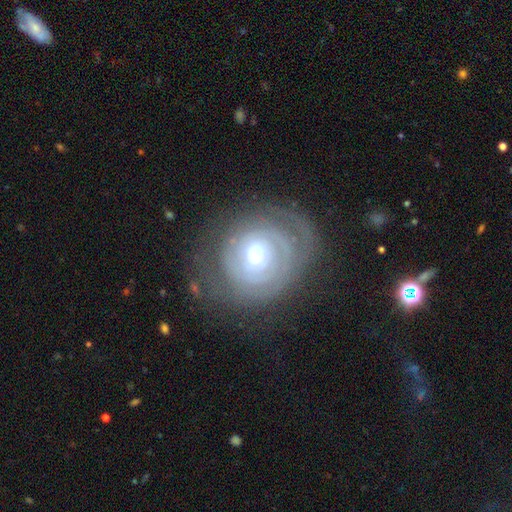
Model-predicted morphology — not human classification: This is likely a featured or disk galaxy (76%). It is clearly not viewed edge-on (96%). Bar: possibly no (55%). Spiral arm pattern: likely yes (79%). Spiral arm count: possibly can't tell (46%). Spiral winding: likely tight (77%). Central bulge: likely moderate (67%). Merging: likely none (68%).